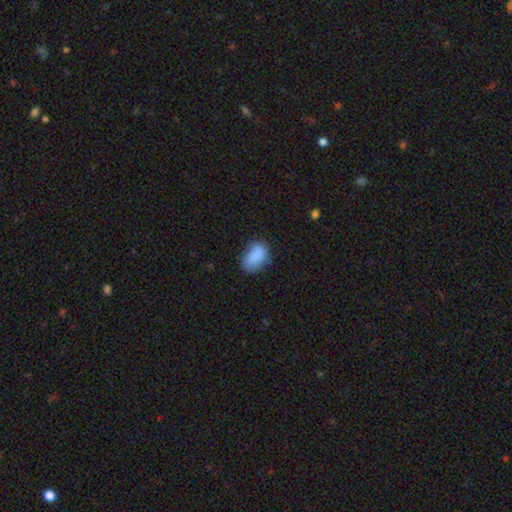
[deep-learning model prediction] Morphology: type=smooth (84%); roundness=in between (86%); merging=none (64%).